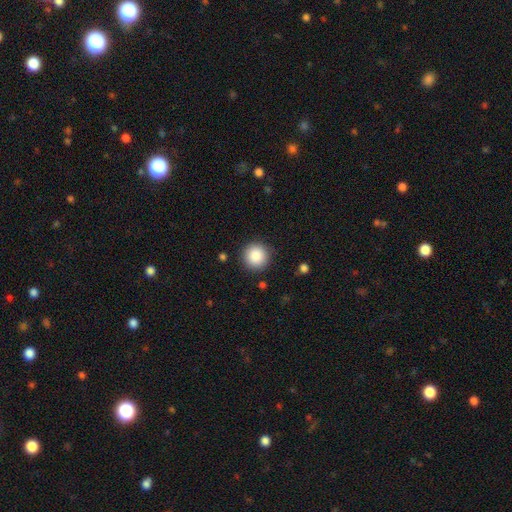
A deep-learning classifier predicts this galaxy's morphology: Smooth or featured? smooth (87%)
How rounded? round (95%)
Merging? none (89%)